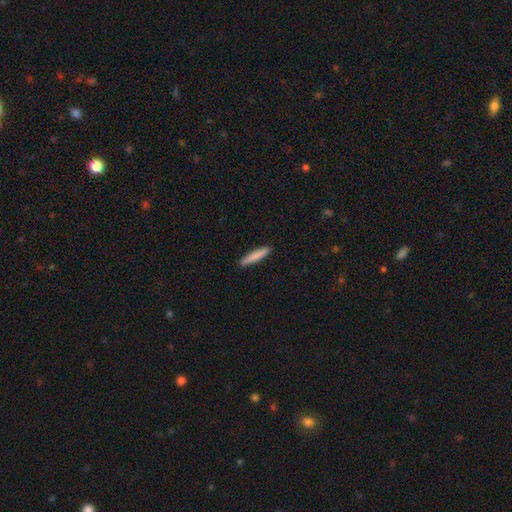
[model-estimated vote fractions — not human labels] Overall: smooth (83%). How rounded: cigar-shaped (90%). Merging: none (90%).